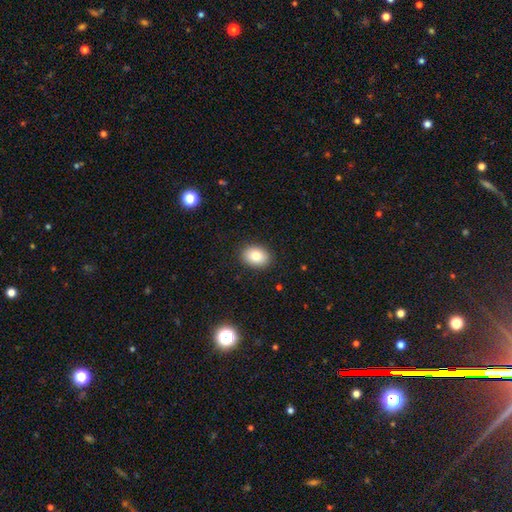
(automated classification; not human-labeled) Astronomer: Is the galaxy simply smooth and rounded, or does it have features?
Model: smooth — 81%.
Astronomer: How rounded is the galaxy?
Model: in between — 67%.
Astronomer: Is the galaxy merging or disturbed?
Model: none — 90%.